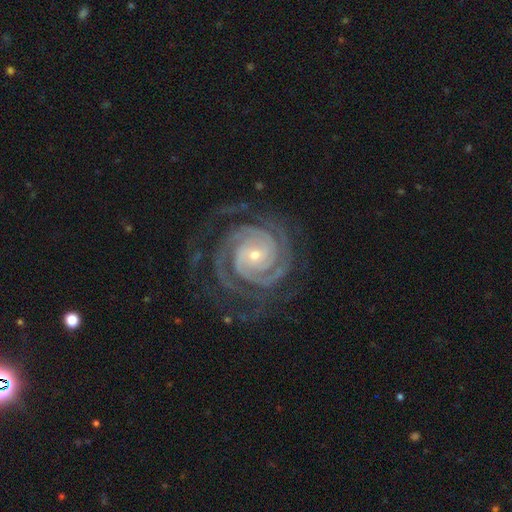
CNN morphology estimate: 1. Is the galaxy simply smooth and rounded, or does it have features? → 93% featured or disk, 5% star or artifact, 3% smooth.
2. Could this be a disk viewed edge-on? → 98% no, 2% yes.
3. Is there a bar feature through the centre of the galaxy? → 64% no, 22% weak, 14% strong.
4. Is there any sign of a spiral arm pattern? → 99% yes, 1% no.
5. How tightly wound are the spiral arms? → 84% tight, 14% medium, 2% loose.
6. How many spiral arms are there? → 38% 2, 22% 3, 13% 4, 12% can't tell, 7% more than 4, 7% 1.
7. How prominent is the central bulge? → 75% small, 22% moderate, 1% large, 1% none, 1% dominant.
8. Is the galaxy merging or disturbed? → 74% none, 15% minor disturbance, 9% major disturbance, 1% merger.